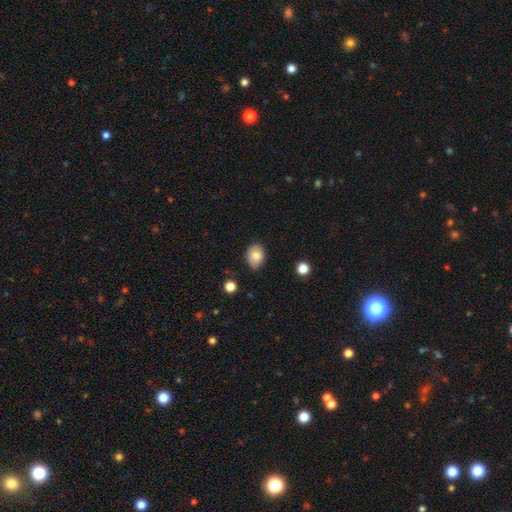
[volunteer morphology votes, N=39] type=smooth (82%); roundness=in between (53%); merging=none (54%).